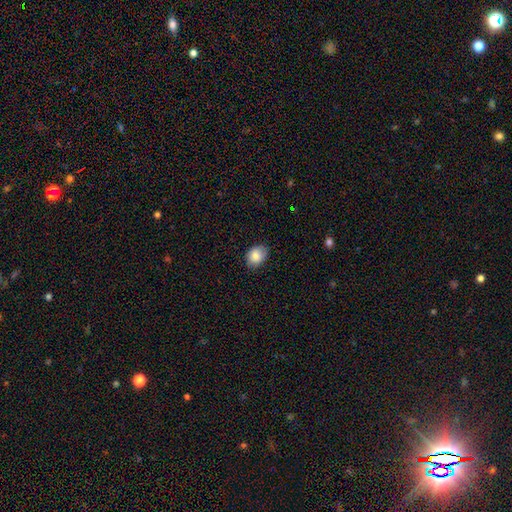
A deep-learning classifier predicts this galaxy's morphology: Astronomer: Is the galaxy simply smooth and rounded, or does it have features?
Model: smooth — 85%.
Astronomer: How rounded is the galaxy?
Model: in between — 65%.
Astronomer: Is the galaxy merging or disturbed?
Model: none — 78%.